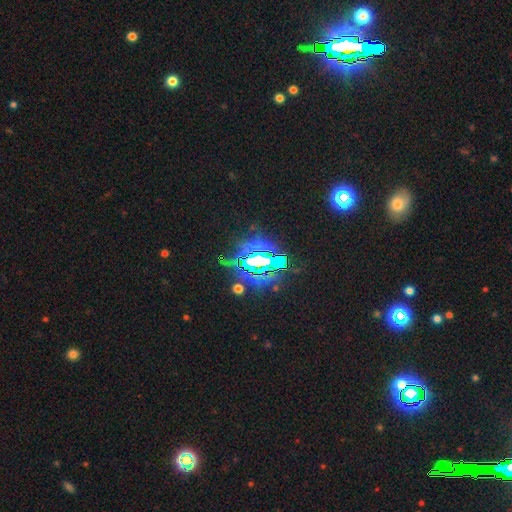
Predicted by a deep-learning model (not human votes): Overall: star or artifact (77%).